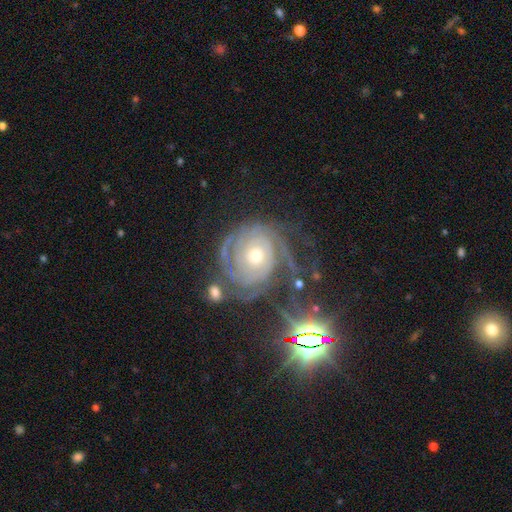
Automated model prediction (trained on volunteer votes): Smooth or featured? featured or disk (84%)
Edge-on disk? no (97%)
Bar? no (76%)
Spiral arms? yes (96%)
Spiral winding? tight (80%)
Spiral arm count? can't tell (26%)
Bulge size? moderate (60%)
Merging? none (62%)